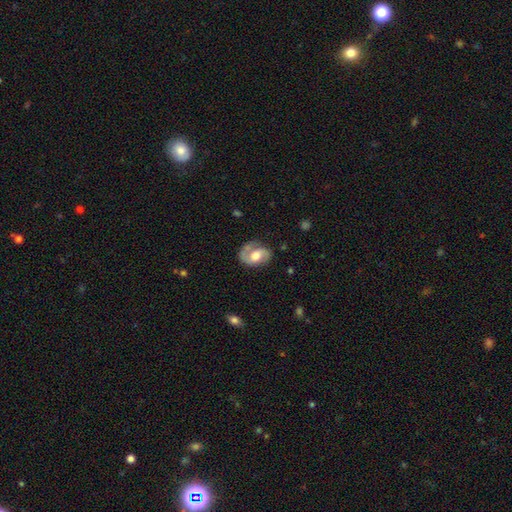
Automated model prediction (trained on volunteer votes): Morphology: type=featured or disk (77%); edge-on=no (97%); bar=no (48%); spiral arms=yes (92%); winding=medium (48%); arm count=2 (73%); bulge=moderate (66%); merging=none (68%).